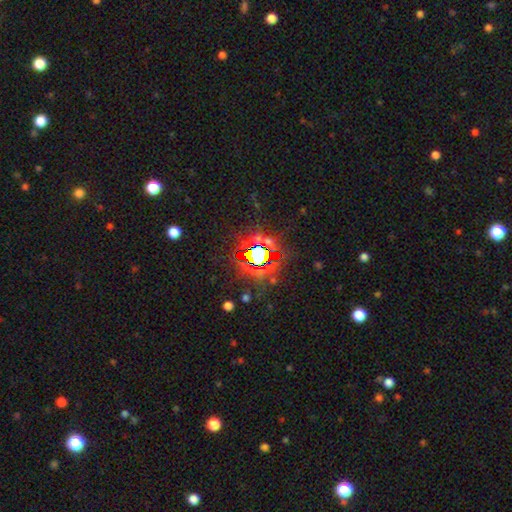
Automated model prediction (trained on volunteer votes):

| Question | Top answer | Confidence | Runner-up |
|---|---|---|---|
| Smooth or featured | star or artifact | 76% | smooth (14%) |